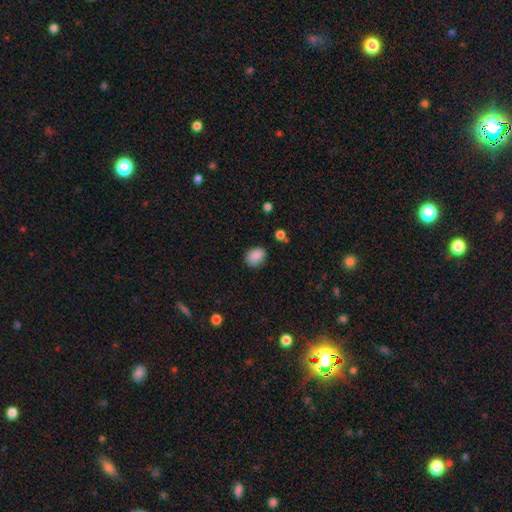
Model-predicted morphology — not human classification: This is clearly a smooth galaxy (87%). How rounded: possibly in between (60%). Merging: clearly none (82%).